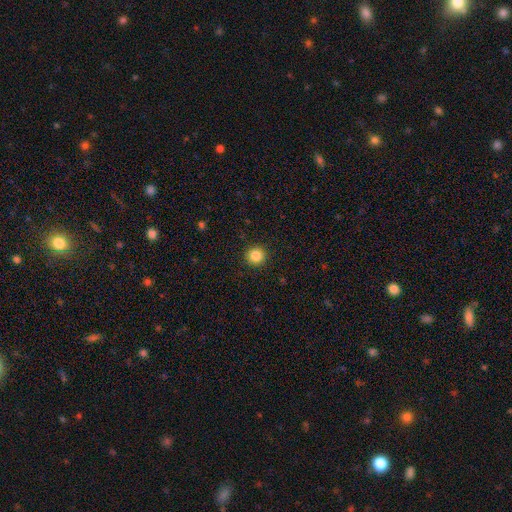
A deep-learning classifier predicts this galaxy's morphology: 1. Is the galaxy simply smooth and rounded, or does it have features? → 85% smooth, 11% star or artifact, 4% featured or disk.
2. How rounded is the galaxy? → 95% round, 4% in between, 1% cigar-shaped.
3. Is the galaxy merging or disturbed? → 93% none, 5% minor disturbance, 2% major disturbance, 1% merger.